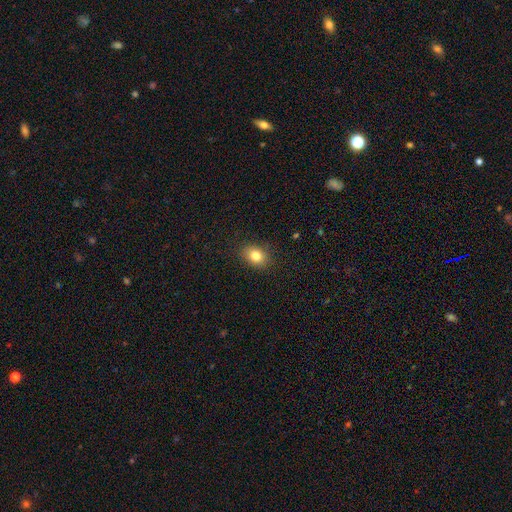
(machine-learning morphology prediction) Overall: smooth (82%). How rounded: in between (58%; round 41%). Merging: none (87%).